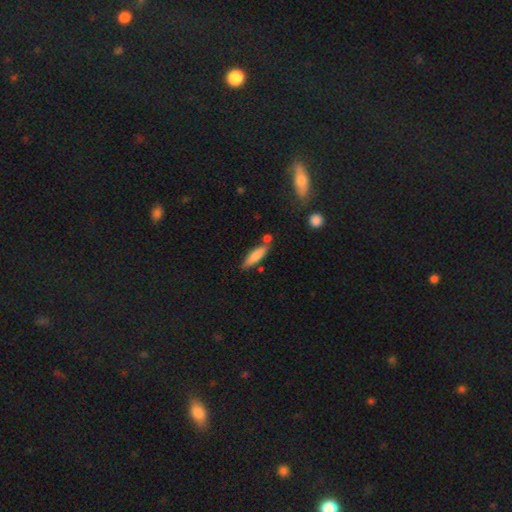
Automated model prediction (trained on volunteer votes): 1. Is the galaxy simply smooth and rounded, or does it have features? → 78% smooth, 16% featured or disk, 6% star or artifact.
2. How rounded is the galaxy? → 66% cigar-shaped, 33% in between, 2% round.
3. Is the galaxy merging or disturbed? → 71% none, 15% minor disturbance, 11% merger, 3% major disturbance.